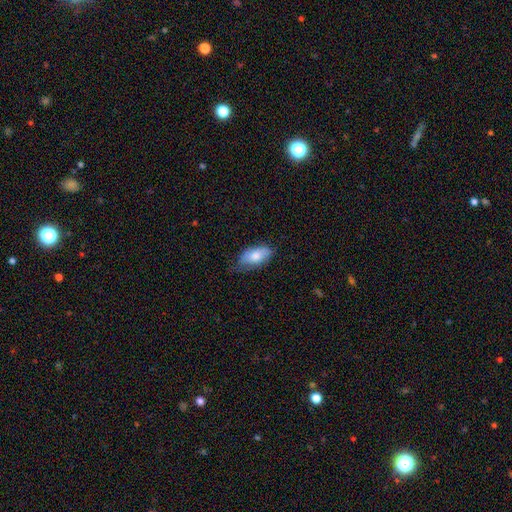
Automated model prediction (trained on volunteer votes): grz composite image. It shows a smooth galaxy with no disk features (76%) that is in between round and cigar-shaped (91%). Merging: none (56%).